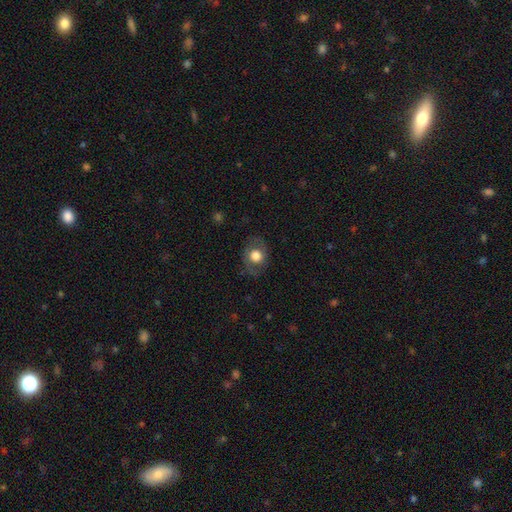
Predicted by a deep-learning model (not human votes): This is likely a smooth galaxy (64%). How rounded: possibly round (59%). Merging: likely none (76%).